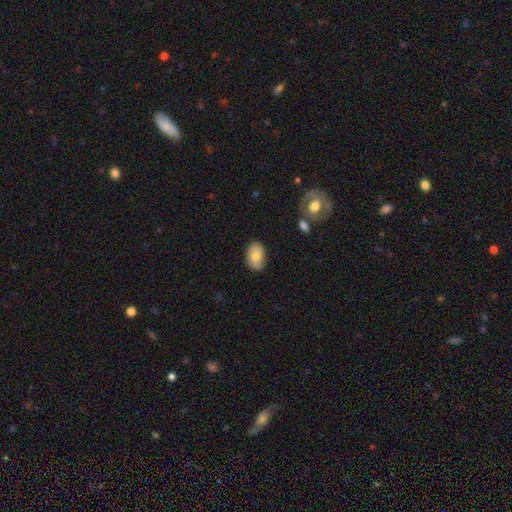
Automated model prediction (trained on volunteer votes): Smooth or featured? smooth (73%)
How rounded? in between (85%)
Merging? none (75%)